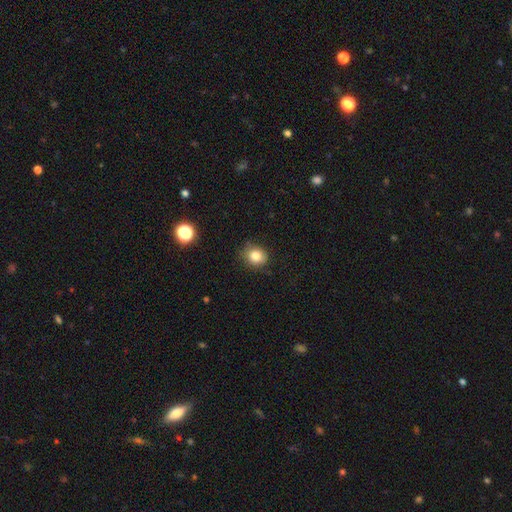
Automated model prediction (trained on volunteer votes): Overall: smooth (81%). How rounded: round (74%). Merging: none (80%).